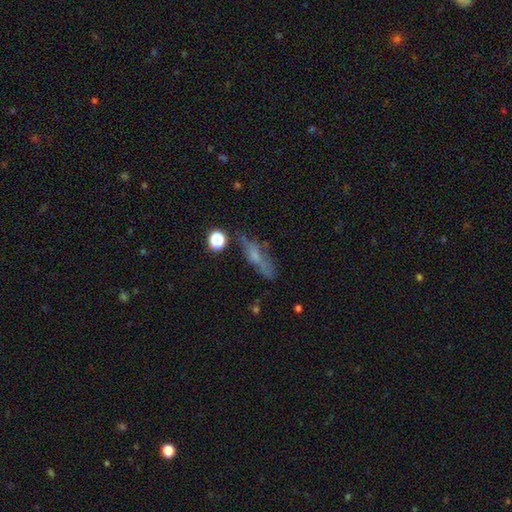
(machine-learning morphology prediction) Q: Smooth or featured?
A: smooth (43%); runner-up: featured or disk (40%)
Q: Merging?
A: none (60%); runner-up: minor disturbance (22%)